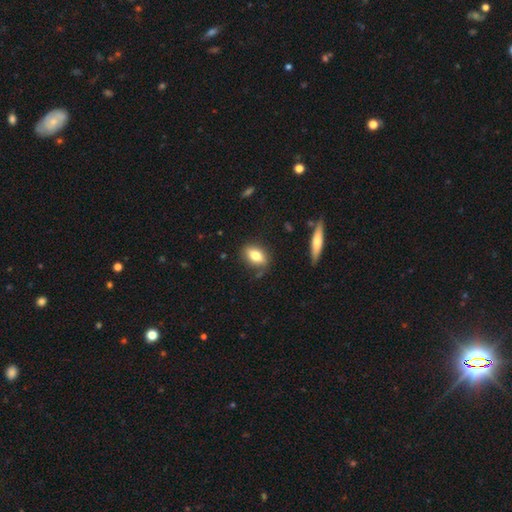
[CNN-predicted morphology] Q: Smooth or featured?
A: smooth (76%); runner-up: featured or disk (16%)
Q: How rounded?
A: in between (82%); runner-up: round (12%)
Q: Merging?
A: none (77%); runner-up: minor disturbance (15%)